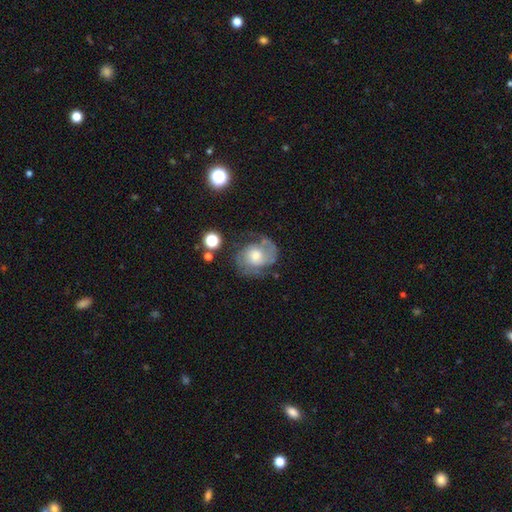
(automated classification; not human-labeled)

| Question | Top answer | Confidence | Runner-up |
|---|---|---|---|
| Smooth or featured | featured or disk | 79% | smooth (14%) |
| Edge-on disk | no | 98% | yes (2%) |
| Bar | no | 70% | weak (26%) |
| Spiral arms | yes | 93% | no (7%) |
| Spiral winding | medium | 43% | tight (42%) |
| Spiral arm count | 2 | 72% | can't tell (13%) |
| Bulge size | moderate | 55% | small (30%) |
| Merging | none | 65% | minor disturbance (20%) |